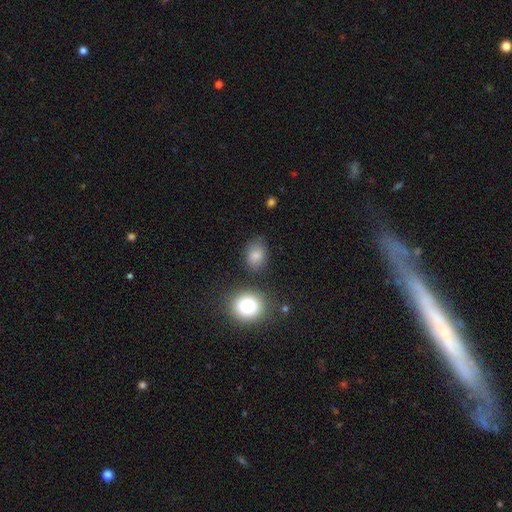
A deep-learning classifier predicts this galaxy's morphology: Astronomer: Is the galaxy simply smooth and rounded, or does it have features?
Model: smooth — 82%.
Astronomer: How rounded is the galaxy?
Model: in between — 57% (runner-up: round, 42%).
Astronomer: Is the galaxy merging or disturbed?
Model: none — 72%.